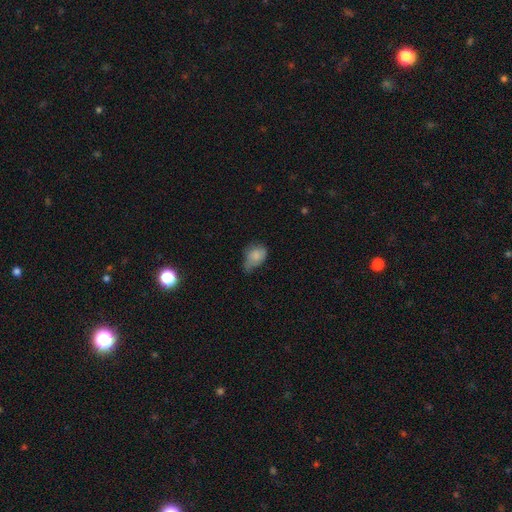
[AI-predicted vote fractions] A smooth galaxy with no disk features (79%) that is in between round and cigar-shaped (75%).

Vote fractions:
- Smooth or featured? smooth: 79% / featured or disk: 12% / star or artifact: 9%
- How rounded? in between: 75% / round: 23% / cigar-shaped: 1%
- Merging? minor disturbance: 47% / none: 30% / major disturbance: 20% / merger: 3%